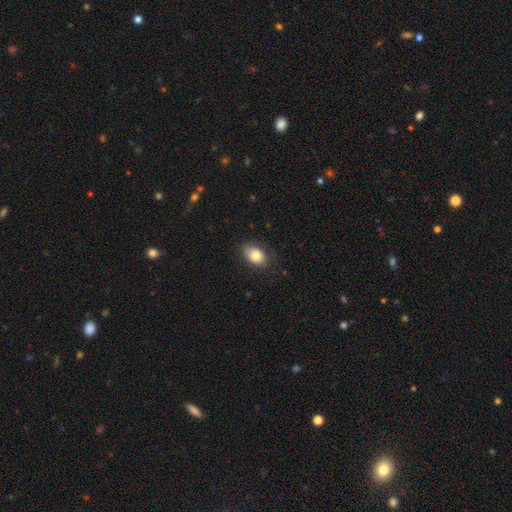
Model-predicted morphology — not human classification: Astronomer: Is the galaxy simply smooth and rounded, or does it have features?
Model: smooth — 80%.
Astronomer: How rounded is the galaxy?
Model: in between — 83%.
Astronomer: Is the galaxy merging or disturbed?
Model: none — 78%.